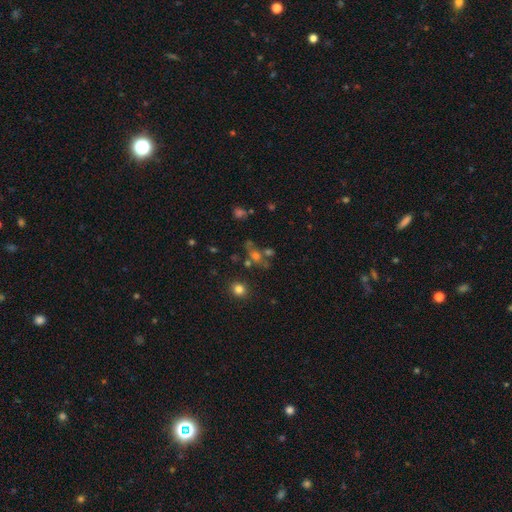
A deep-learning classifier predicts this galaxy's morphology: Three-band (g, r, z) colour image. It shows a smooth galaxy with no disk features (40%). Merging: none (53%).